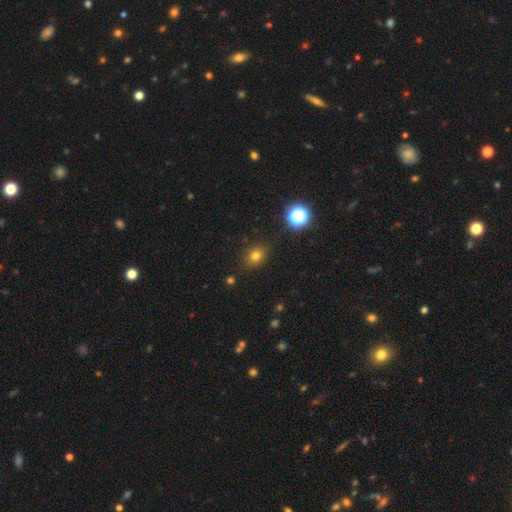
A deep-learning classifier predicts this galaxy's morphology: The model was most divided on "how rounded": round: 56%, in between: 43%, cigar-shaped: 1%. More confident: merging — none (83%); smooth or featured — smooth (76%).